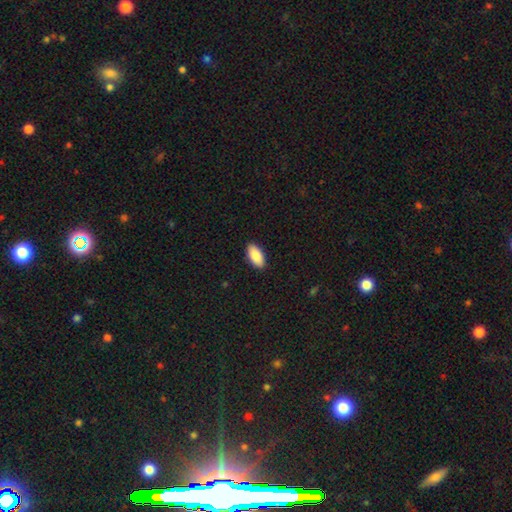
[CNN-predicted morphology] The model was most divided on "merging": none: 90%, minor disturbance: 7%, major disturbance: 2%, merger: 1%. More confident: how rounded — in between (92%); smooth or featured — smooth (89%).